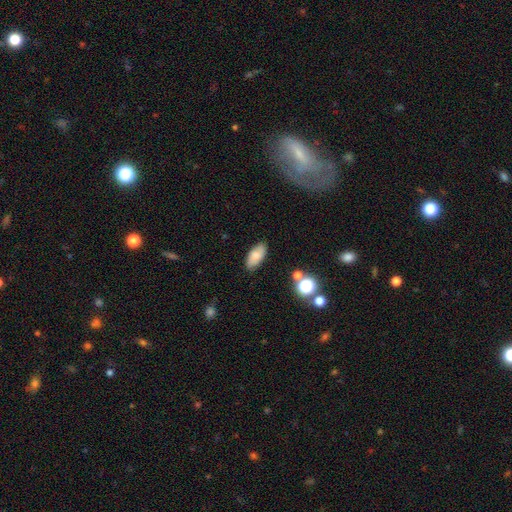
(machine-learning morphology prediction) A smooth galaxy with no disk features (76%) that is in between round and cigar-shaped (90%). Merging: none (85%).